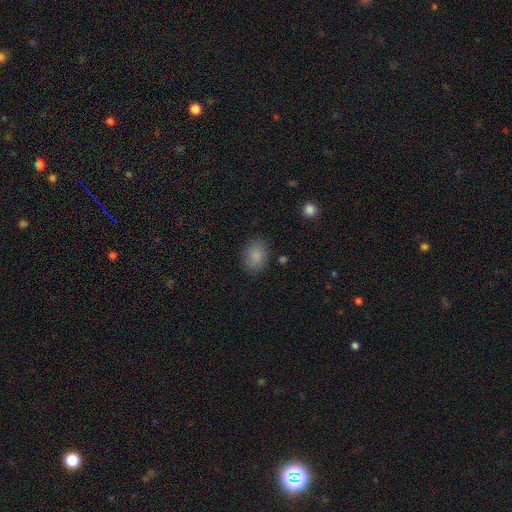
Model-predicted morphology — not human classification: A smooth galaxy with no disk features (86%) that is in between round and cigar-shaped (73%).

Vote fractions:
- Smooth or featured? smooth: 86% / star or artifact: 8% / featured or disk: 6%
- How rounded? in between: 73% / round: 26% / cigar-shaped: 1%
- Merging? none: 83% / minor disturbance: 12% / major disturbance: 4% / merger: 2%